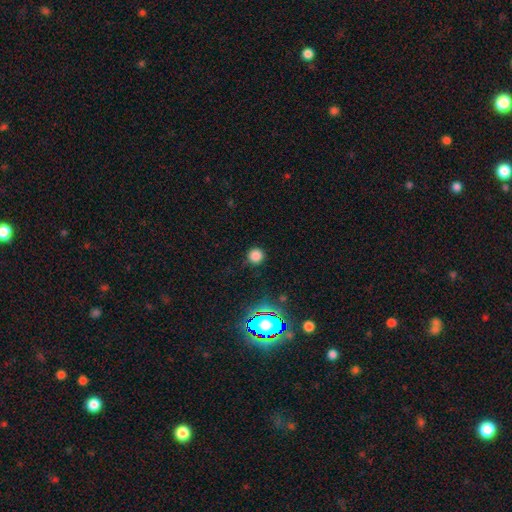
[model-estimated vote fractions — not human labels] This appears to be a smooth galaxy with no disk features (77%) that is round (95%). Merging: none (89%).